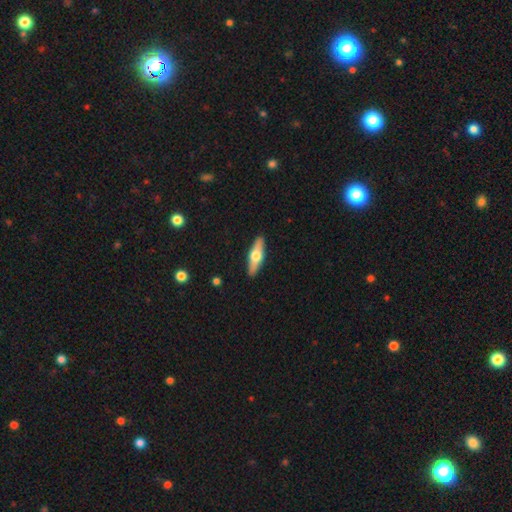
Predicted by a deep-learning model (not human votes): Smooth or featured?
  - featured or disk: 48% *
  - smooth: 47%
  - star or artifact: 5%
Merging?
  - none: 90% *
  - minor disturbance: 7%
  - major disturbance: 2%
  - merger: 1%